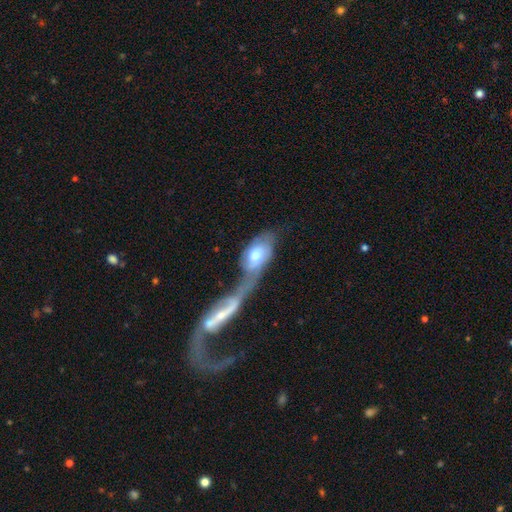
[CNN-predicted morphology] type=smooth (54%); roundness=in between (85%); merging=merger (72%).